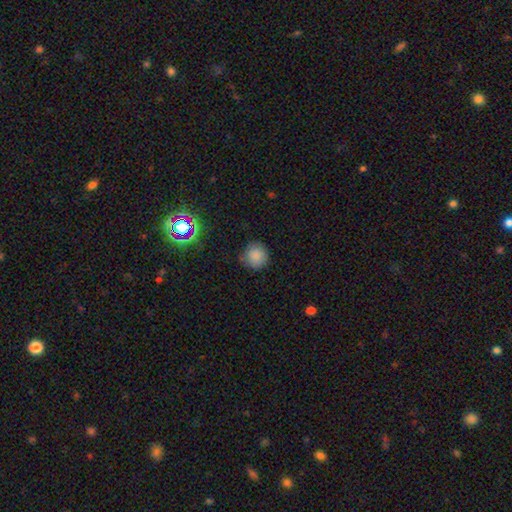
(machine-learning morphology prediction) smooth-or-featured: smooth: 83% | star or artifact: 12% | featured or disk: 5%
  how-rounded: round: 93% | in between: 6% | cigar-shaped: 1%
  merging: none: 79% | minor disturbance: 16% | major disturbance: 4% | merger: 2%